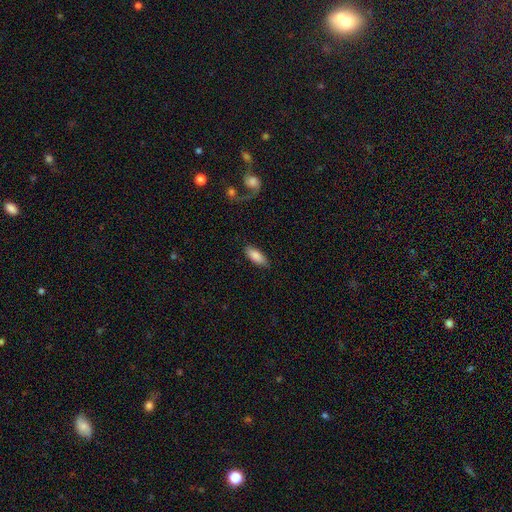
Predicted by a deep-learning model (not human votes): Smooth or featured? Predicted: smooth (p=0.84). How rounded? Predicted: in between (p=0.80). Merging? Predicted: none (p=0.84).